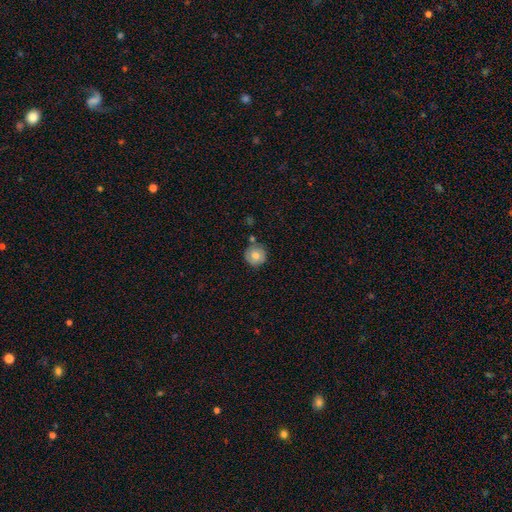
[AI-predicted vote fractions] Smooth or featured? smooth (70%)
How rounded? round (93%)
Merging? none (75%)